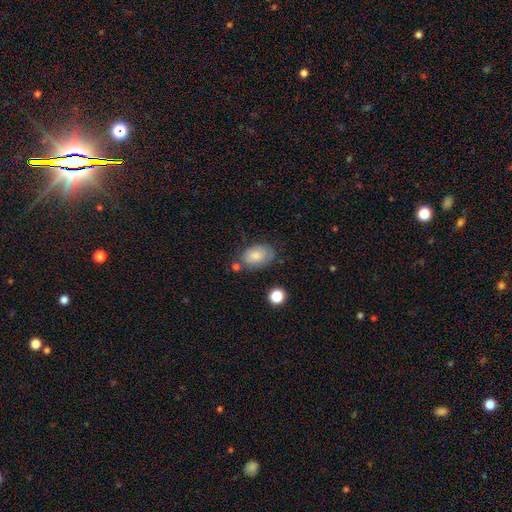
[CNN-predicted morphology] This appears to be a smooth galaxy with no disk features (79%) that is in between round and cigar-shaped (88%). Merging: none (65%).